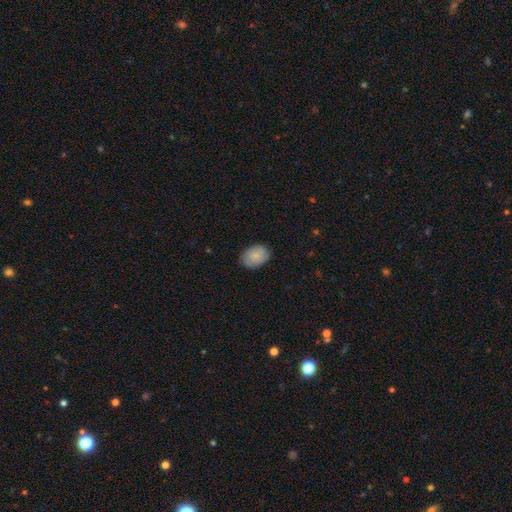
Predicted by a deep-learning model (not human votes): The model was most divided on "how rounded": in between: 77%, round: 22%, cigar-shaped: 1%. More confident: merging — none (81%); smooth or featured — smooth (81%).